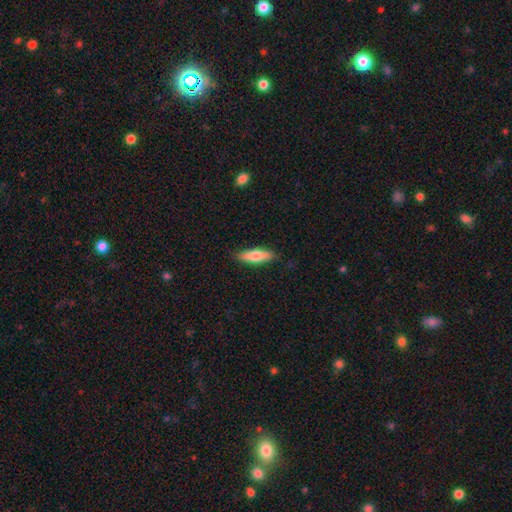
smooth 53%, featured or disk 45%, star or artifact 3%. Down the decision tree: how rounded — cigar-shaped (55%); merging — none (86%).